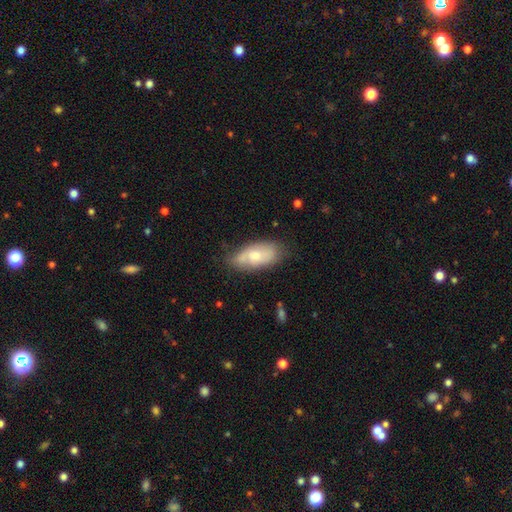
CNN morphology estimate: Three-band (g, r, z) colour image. It shows a smooth galaxy with no disk features (59%) that is in between round and cigar-shaped (88%). Merging: none (65%).